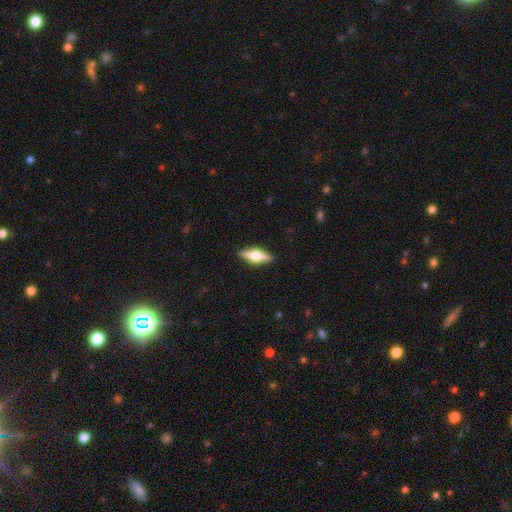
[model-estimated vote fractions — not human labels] Smooth or featured? Predicted: featured or disk (p=0.57). Edge-on disk? Predicted: yes (p=0.94). Edge-on bulge? Predicted: rounded (p=0.95). Merging? Predicted: none (p=0.89).